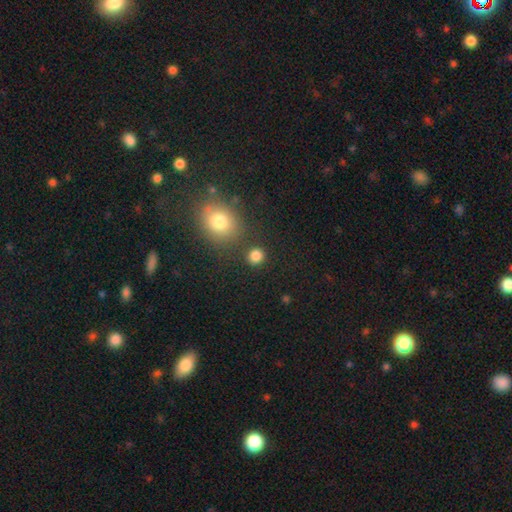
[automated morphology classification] Smooth or featured? smooth (84%)
How rounded? round (85%)
Merging? none (85%)